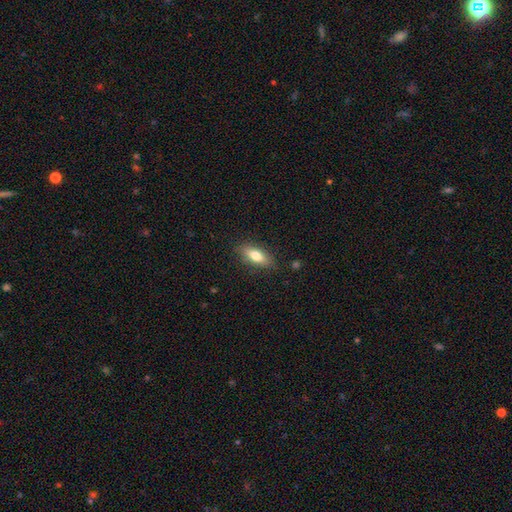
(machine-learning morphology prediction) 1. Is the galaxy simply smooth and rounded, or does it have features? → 77% smooth, 16% featured or disk, 7% star or artifact.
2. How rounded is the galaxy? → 74% in between, 23% cigar-shaped, 3% round.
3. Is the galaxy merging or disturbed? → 85% none, 11% minor disturbance, 3% major disturbance, 1% merger.